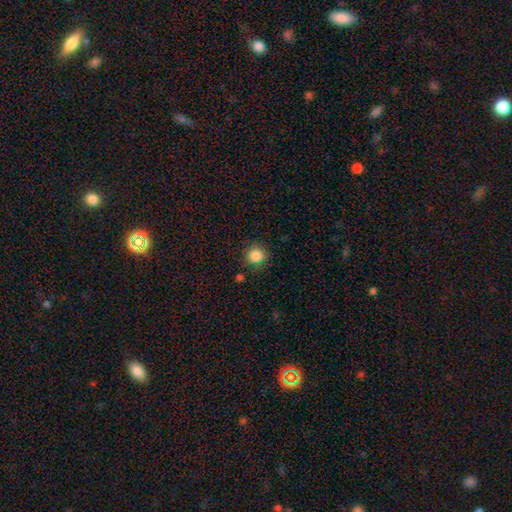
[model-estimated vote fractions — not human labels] Smooth or featured? smooth (85%)
How rounded? round (93%)
Merging? none (86%)